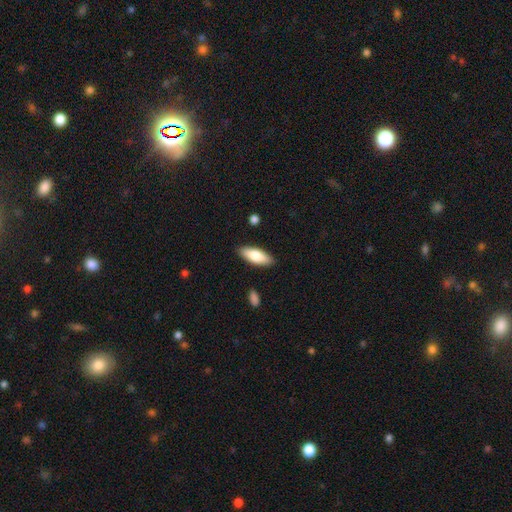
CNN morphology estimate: smooth 79%, featured or disk 15%, star or artifact 6%. Down the decision tree: how rounded — in between (72%); merging — none (88%).